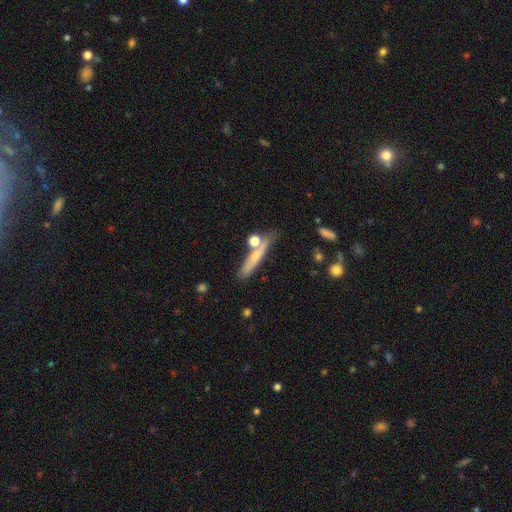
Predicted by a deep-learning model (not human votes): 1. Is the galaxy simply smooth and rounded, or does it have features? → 53% smooth, 39% featured or disk, 8% star or artifact.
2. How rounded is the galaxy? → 87% cigar-shaped, 10% in between, 4% round.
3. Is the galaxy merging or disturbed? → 65% none, 16% minor disturbance, 14% merger, 5% major disturbance.